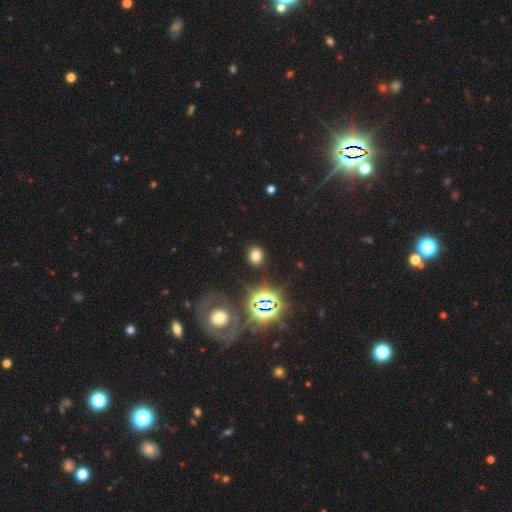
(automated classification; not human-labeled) Overall: smooth (66%). How rounded: round (59%; in between 40%). Merging: none (86%).